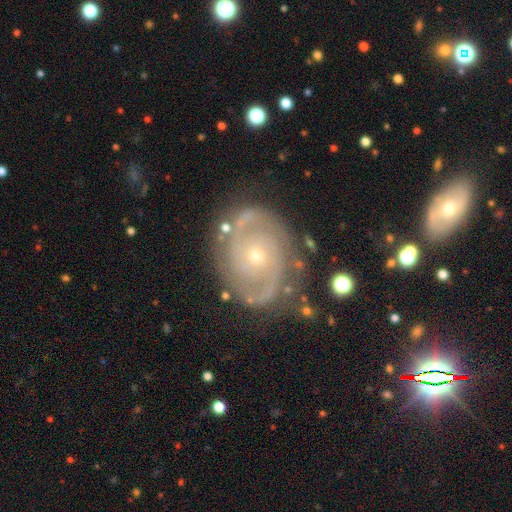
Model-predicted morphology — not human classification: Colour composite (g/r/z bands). It shows a featured or disk galaxy (88%) with no bar (74%), 2 (76%) tight (54%) spiral arms (96%) and a small central bulge (68%). Merging: none (78%).